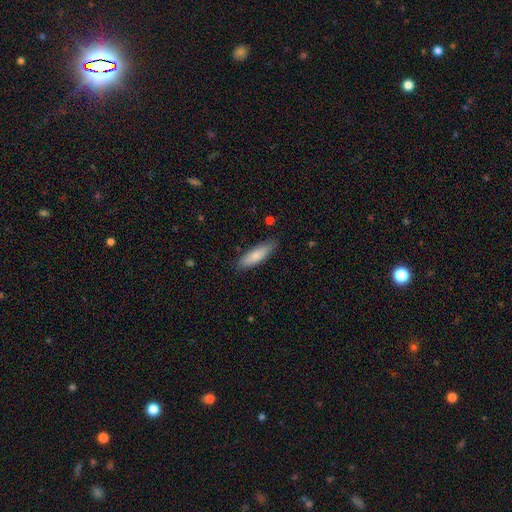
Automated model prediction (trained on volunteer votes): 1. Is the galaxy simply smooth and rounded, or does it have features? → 81% smooth, 13% featured or disk, 6% star or artifact.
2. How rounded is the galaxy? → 54% cigar-shaped, 44% in between, 2% round.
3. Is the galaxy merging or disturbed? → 83% none, 13% minor disturbance, 2% major disturbance, 1% merger.